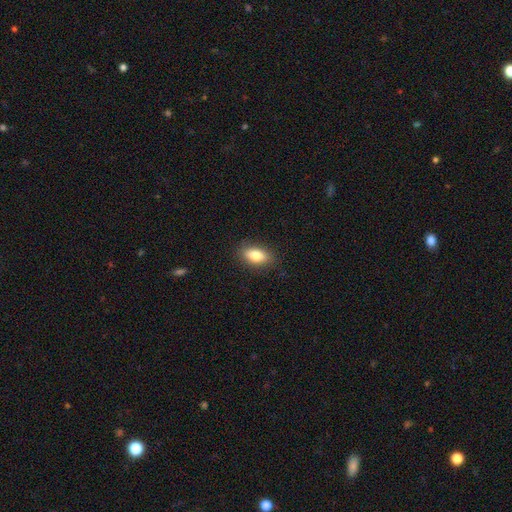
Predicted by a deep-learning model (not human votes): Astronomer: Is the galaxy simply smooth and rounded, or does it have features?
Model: smooth — 79%.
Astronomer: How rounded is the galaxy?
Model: in between — 85%.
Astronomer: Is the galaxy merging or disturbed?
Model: none — 87%.